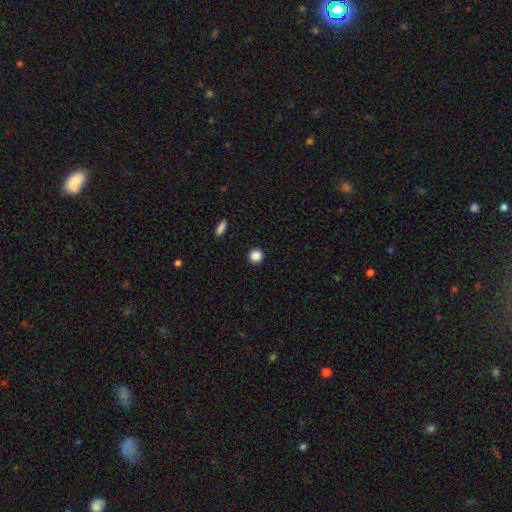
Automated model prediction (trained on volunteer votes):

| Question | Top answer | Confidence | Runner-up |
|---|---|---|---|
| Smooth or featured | smooth | 87% | star or artifact (10%) |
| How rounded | round | 94% | in between (5%) |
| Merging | none | 92% | minor disturbance (5%) |